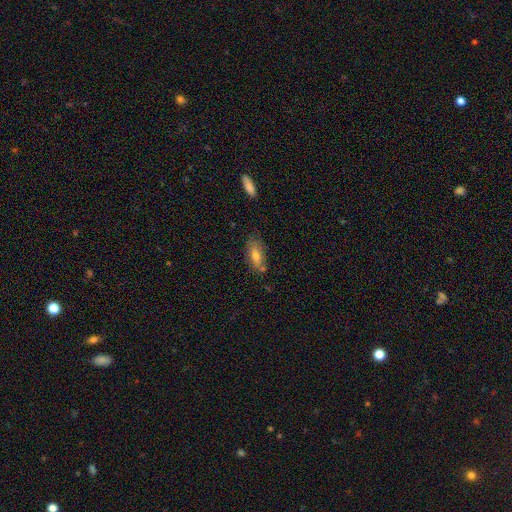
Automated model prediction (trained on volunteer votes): Overall: smooth (71%). How rounded: in between (80%). Merging: none (70%).